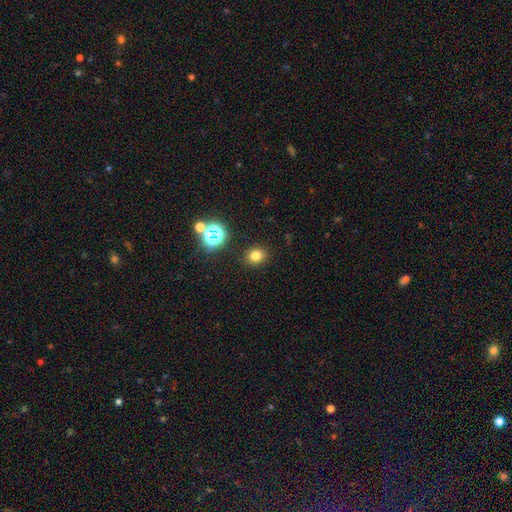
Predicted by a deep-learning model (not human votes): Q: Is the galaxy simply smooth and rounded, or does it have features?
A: smooth — 75%.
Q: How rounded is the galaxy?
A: round — 69%.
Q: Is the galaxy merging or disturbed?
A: none — 88%.